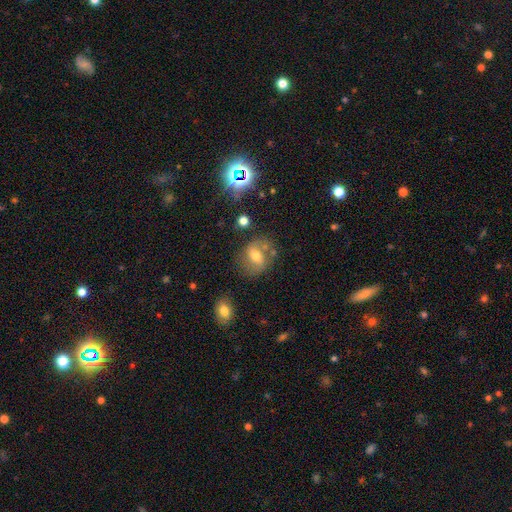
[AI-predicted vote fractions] smooth-or-featured: smooth: 43% | featured or disk: 39% | star or artifact: 18%
  merging: none: 68% | minor disturbance: 16% | merger: 9% | major disturbance: 7%